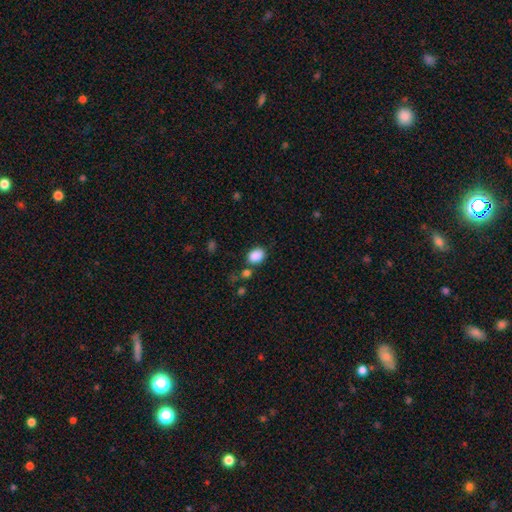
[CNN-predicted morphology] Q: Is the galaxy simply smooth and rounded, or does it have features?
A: smooth — 88%.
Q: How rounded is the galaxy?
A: in between — 71%.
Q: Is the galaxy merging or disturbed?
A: none — 72%.